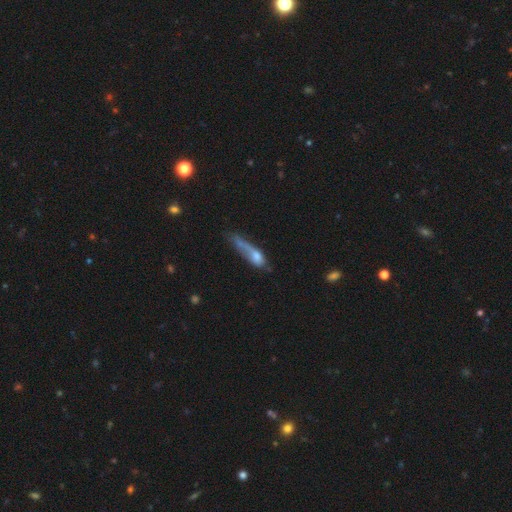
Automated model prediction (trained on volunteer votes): smooth-or-featured: smooth: 54% | featured or disk: 35% | star or artifact: 11%
  how-rounded: cigar-shaped: 57% | in between: 37% | round: 6%
  merging: major disturbance: 40% | none: 23% | minor disturbance: 22% | merger: 14%